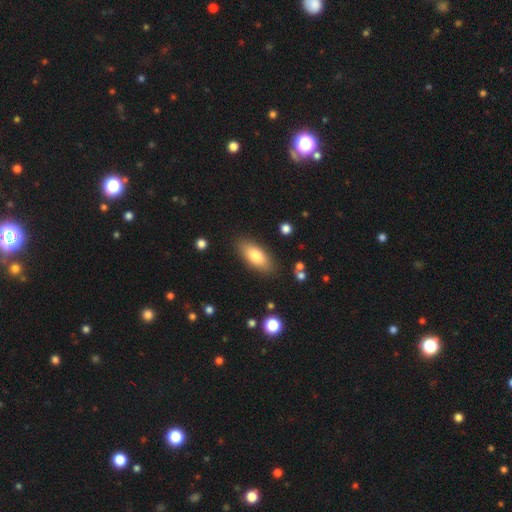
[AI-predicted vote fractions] Smooth or featured? Predicted: smooth (p=0.78). How rounded? Predicted: in between (p=0.82). Merging? Predicted: none (p=0.85).